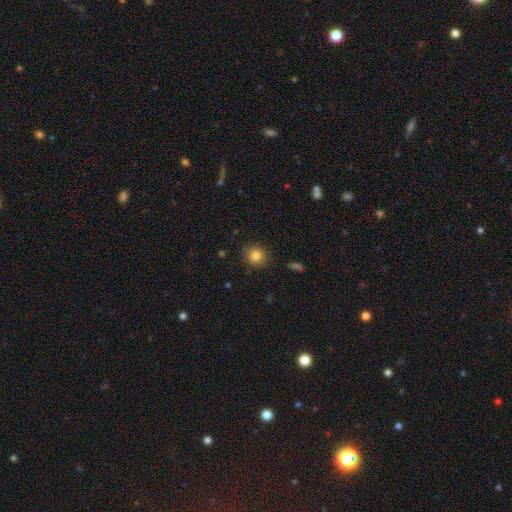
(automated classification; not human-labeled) smooth_or_featured: smooth (p=0.82) [alt: star or artifact p=0.11]
how_rounded: round (p=0.86) [alt: in between p=0.13]
merging: none (p=0.89) [alt: minor disturbance p=0.08]